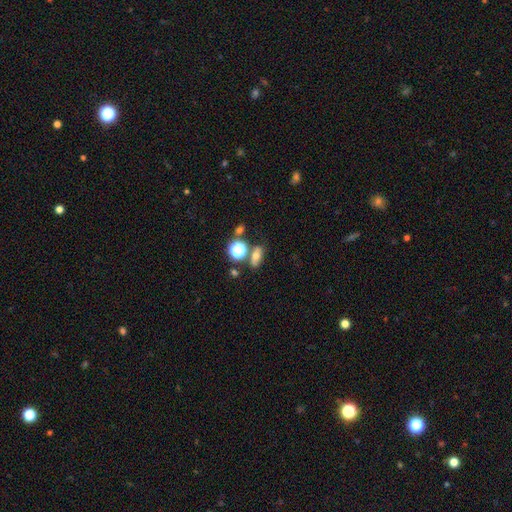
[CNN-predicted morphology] smooth 61%, star or artifact 21%, featured or disk 18%. Down the decision tree: how rounded — in between (69%); merging — none (66%).